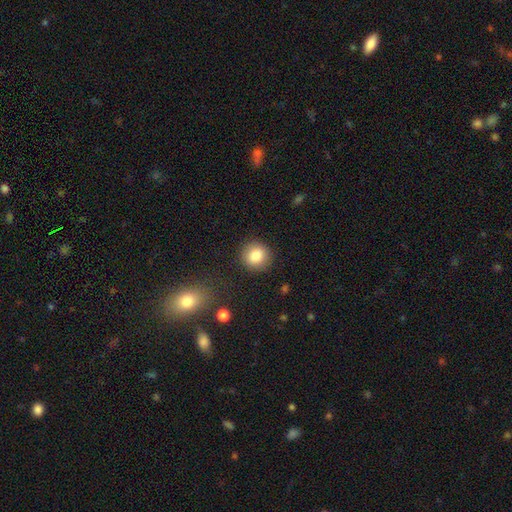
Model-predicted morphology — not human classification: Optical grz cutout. It shows a smooth galaxy with no disk features (84%) that is round (90%). Merging: none (89%).